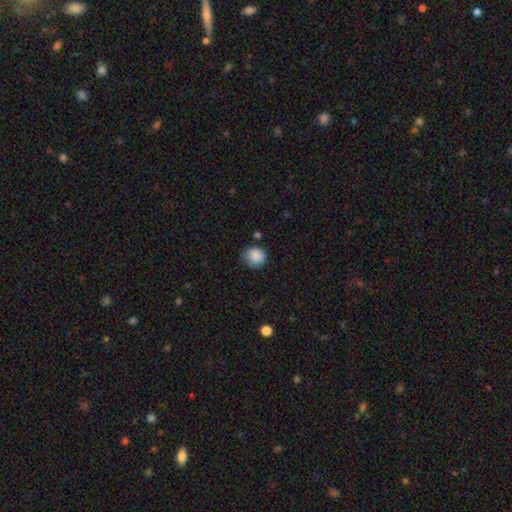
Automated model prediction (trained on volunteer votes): This appears to be a smooth galaxy with no disk features (87%) that is round (83%). Merging: none (66%).